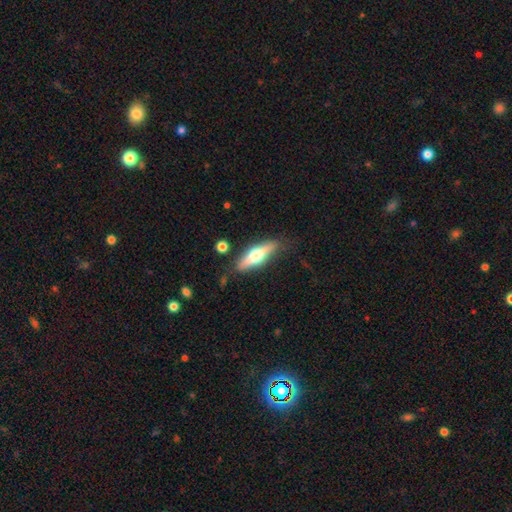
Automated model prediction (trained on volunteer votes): This appears to be a featured or disk galaxy (54%) viewed edge-on (91%). Merging: none (79%).